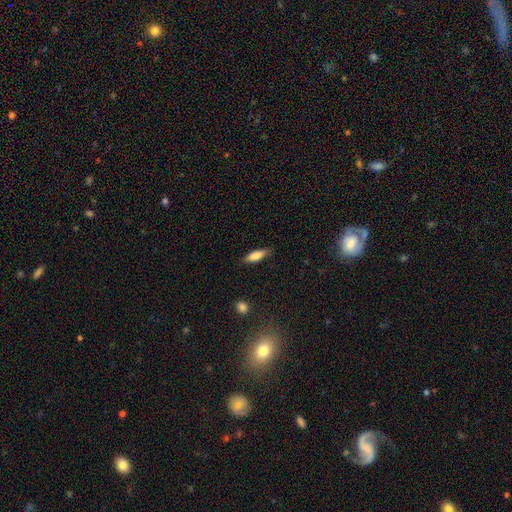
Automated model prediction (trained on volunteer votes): Morphology: type=smooth (79%); roundness=in between (50%); merging=none (83%).